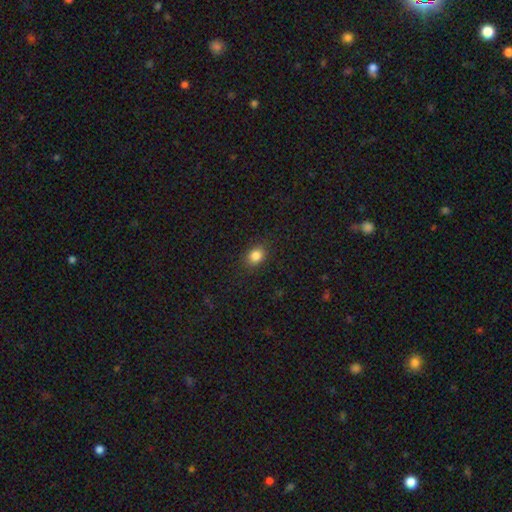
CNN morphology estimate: Smooth or featured? Predicted: smooth (p=0.84). How rounded? Predicted: in between (p=0.54). Merging? Predicted: none (p=0.87).